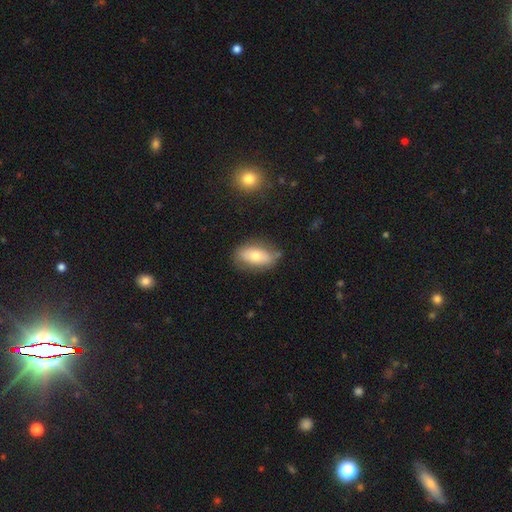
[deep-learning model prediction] This appears to be a smooth galaxy with no disk features (67%) that is in between round and cigar-shaped (89%). Merging: none (73%).